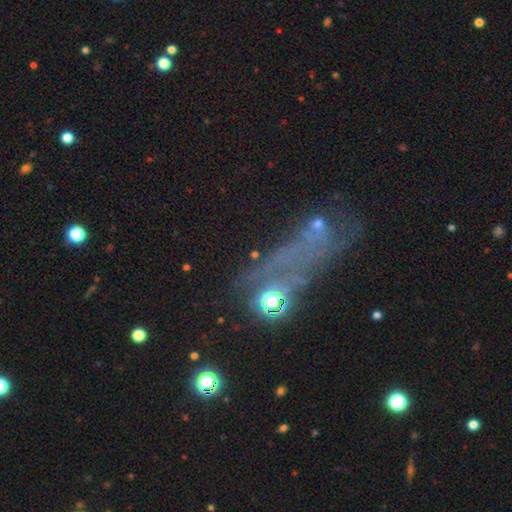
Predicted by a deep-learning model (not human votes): star or artifact 50%, smooth 28%, featured or disk 22%.